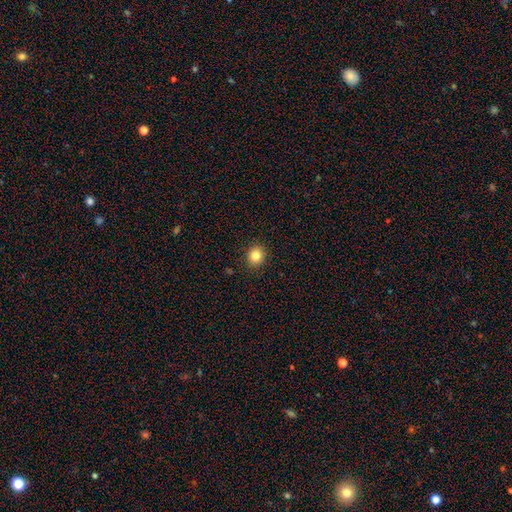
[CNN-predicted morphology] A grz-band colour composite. It shows a smooth galaxy with no disk features (83%) that is round (85%). Merging: none (91%).